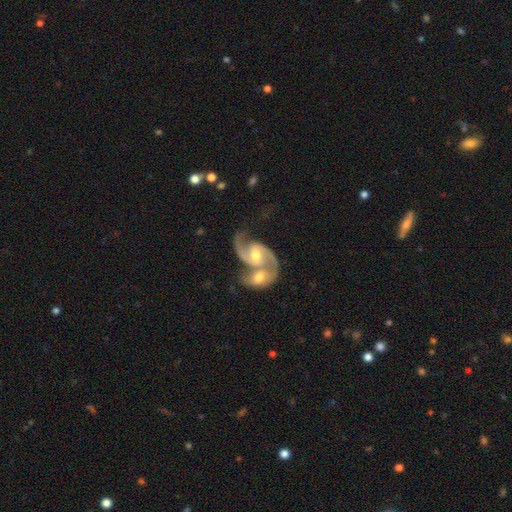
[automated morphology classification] featured or disk 90%, smooth 6%, star or artifact 5%. Down the decision tree: edge-on disk — no (97%); bar — weak (41%); spiral arms — yes (97%); spiral arm count — 2 (89%); spiral winding — medium (56%); bulge size — moderate (62%); merging — merger (67%).